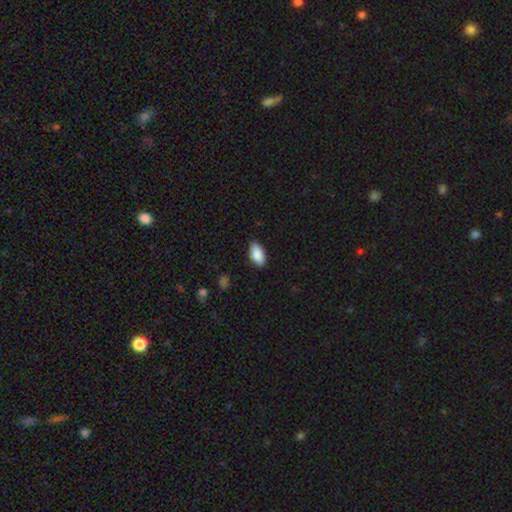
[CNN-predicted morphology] Smooth or featured? Predicted: smooth (p=0.88). How rounded? Predicted: in between (p=0.93). Merging? Predicted: none (p=0.85).